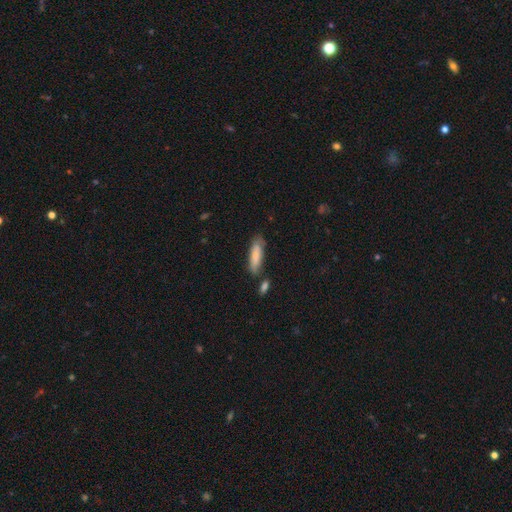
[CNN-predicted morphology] The model was most divided on "how rounded": cigar-shaped: 57%, in between: 42%, round: 2%. More confident: smooth or featured — smooth (78%); merging — none (70%).